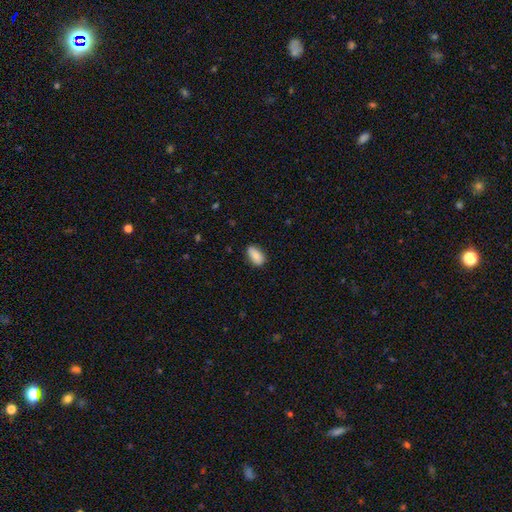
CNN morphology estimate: This appears to be a smooth galaxy with no disk features (86%) that is in between round and cigar-shaped (92%). Merging: none (79%).